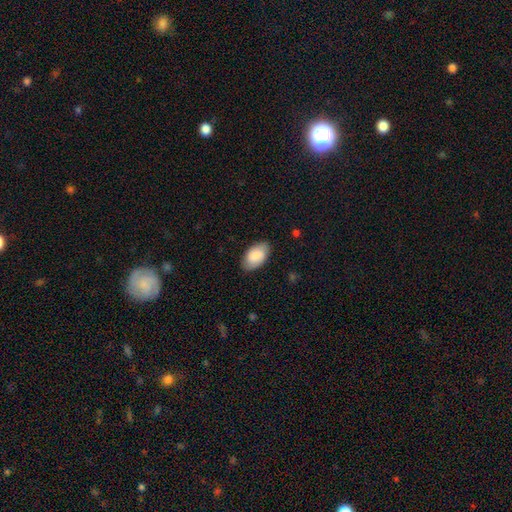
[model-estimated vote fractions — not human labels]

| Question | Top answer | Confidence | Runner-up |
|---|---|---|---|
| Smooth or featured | smooth | 81% | featured or disk (13%) |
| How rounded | in between | 95% | round (4%) |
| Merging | none | 83% | minor disturbance (13%) |